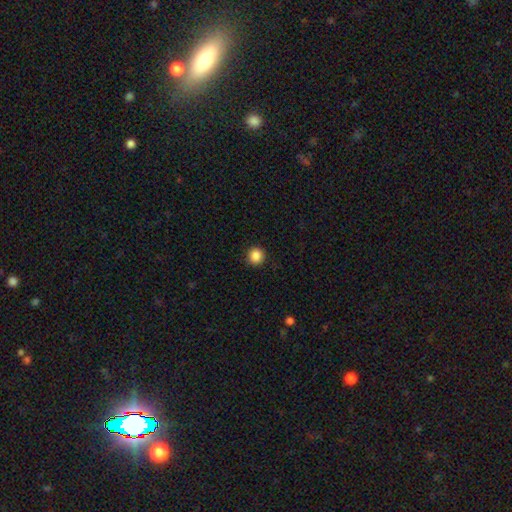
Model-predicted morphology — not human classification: The model was most divided on "smooth or featured": smooth: 87%, star or artifact: 10%, featured or disk: 3%. More confident: how rounded — round (93%); merging — none (92%).